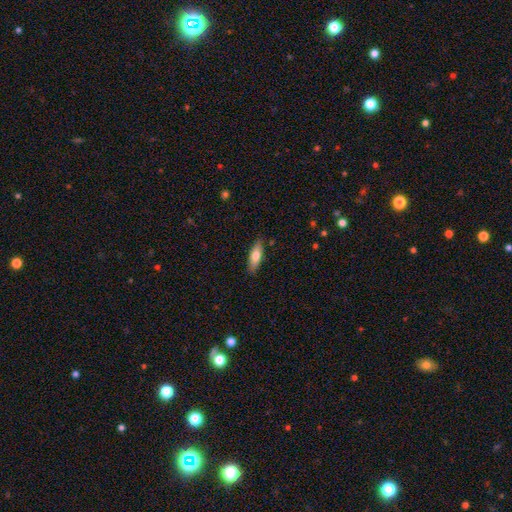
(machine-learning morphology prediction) Q: Smooth or featured?
A: smooth (72%); runner-up: featured or disk (22%)
Q: How rounded?
A: in between (54%); runner-up: cigar-shaped (44%)
Q: Merging?
A: none (84%); runner-up: minor disturbance (12%)